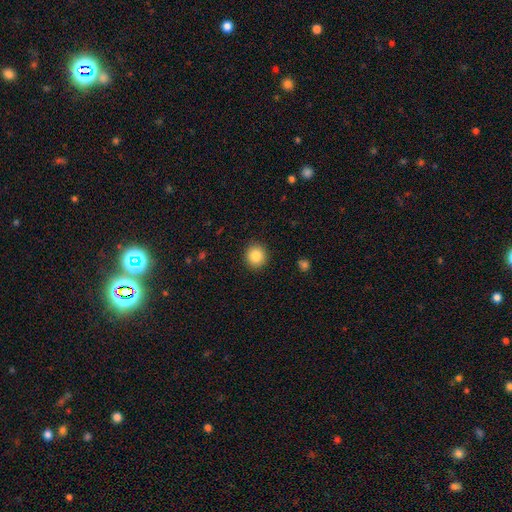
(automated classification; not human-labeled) Morphology: type=smooth (85%); roundness=round (90%); merging=none (90%).